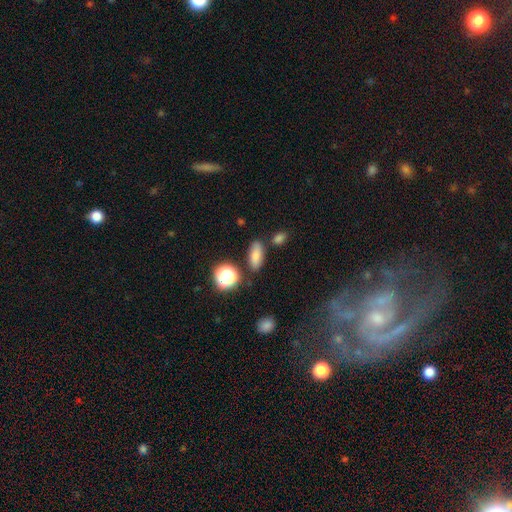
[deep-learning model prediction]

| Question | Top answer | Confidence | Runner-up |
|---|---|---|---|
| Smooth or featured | smooth | 78% | star or artifact (13%) |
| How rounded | in between | 78% | cigar-shaped (13%) |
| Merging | none | 80% | minor disturbance (12%) |